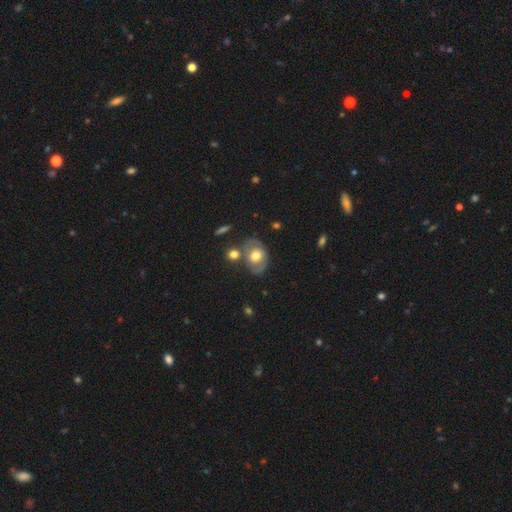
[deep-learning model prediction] smooth_or_featured: featured or disk (p=0.52) [alt: smooth p=0.40]
disk_edge_on: no (p=0.95) [alt: yes p=0.05]
merging: none (p=0.62) [alt: minor disturbance p=0.18]